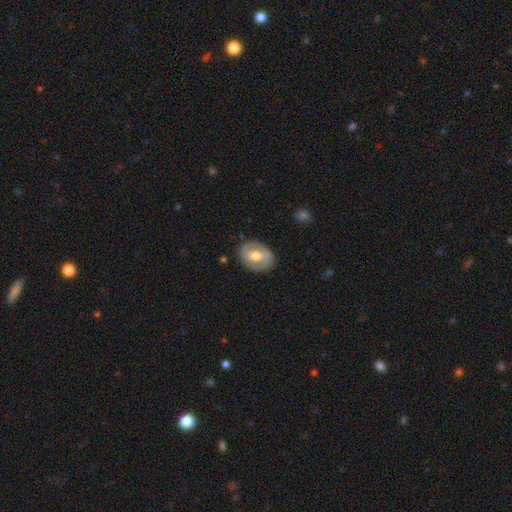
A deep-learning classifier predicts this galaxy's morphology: Overall: featured or disk (52%; smooth 42%). Edge-on disk: no (94%). Merging: none (82%).